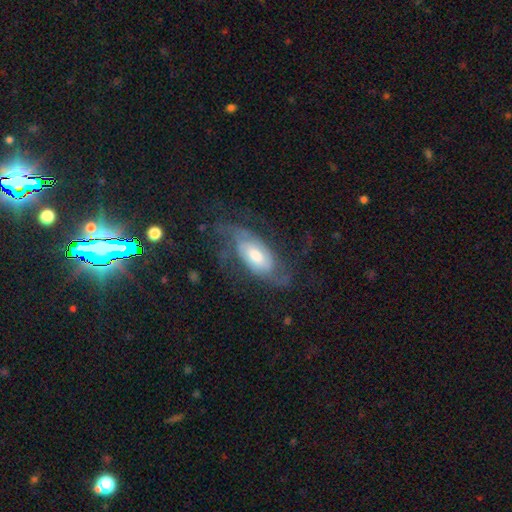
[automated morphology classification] Smooth or featured? Predicted: featured or disk (p=0.77). Edge-on disk? Predicted: no (p=0.92). Bar? Predicted: no (p=0.55). Spiral arms? Predicted: yes (p=0.91). Spiral winding? Predicted: medium (p=0.43). Spiral arm count? Predicted: 2 (p=0.35). Bulge size? Predicted: moderate (p=0.56). Merging? Predicted: none (p=0.54).